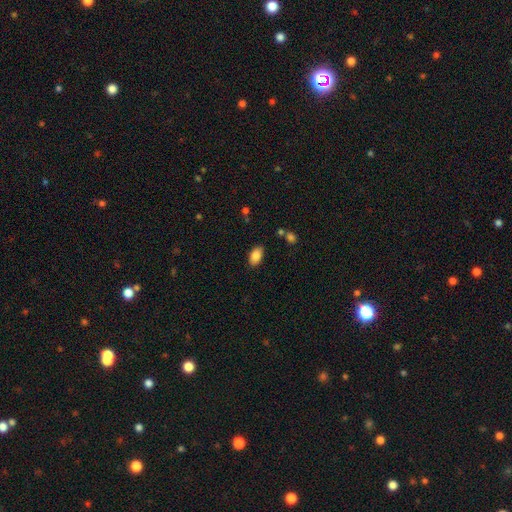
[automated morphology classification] This appears to be a smooth galaxy with no disk features (86%) that is in between round and cigar-shaped (92%). Merging: none (85%).